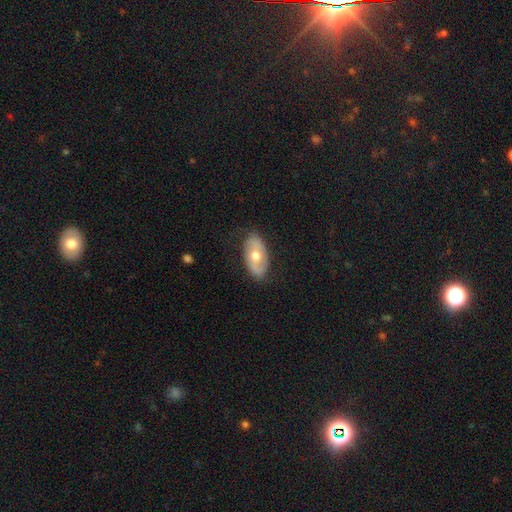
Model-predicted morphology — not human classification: Smooth or featured? Predicted: featured or disk (p=0.48). Merging? Predicted: none (p=0.82).